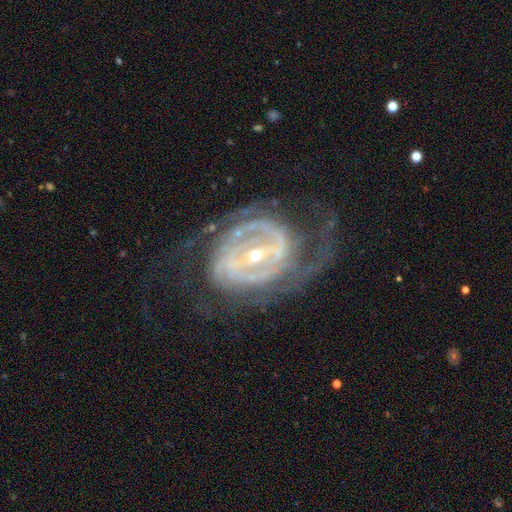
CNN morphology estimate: The model was most divided on "bar": strong: 46%, weak: 36%, no: 19%. Remaining: edge-on disk — no (96%); spiral arms — yes (94%); smooth or featured — featured or disk (90%); bulge size — small (60%); spiral winding — tight (55%); merging — none (54%); spiral arm count — 2 (42%).